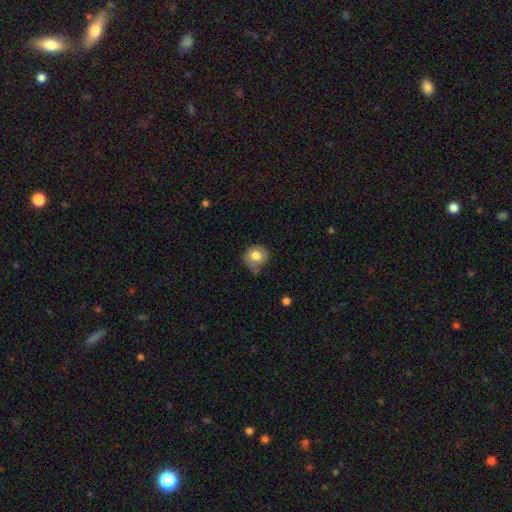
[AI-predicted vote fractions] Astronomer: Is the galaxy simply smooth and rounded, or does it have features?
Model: smooth — 79%.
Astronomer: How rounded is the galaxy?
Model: round — 82%.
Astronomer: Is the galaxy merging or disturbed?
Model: none — 61%.